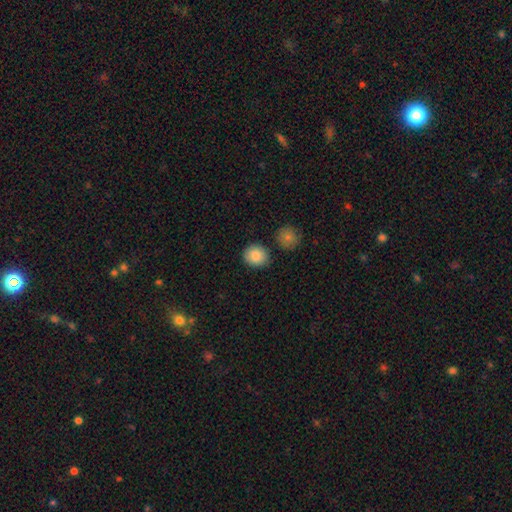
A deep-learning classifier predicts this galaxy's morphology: Smooth or featured: smooth — 87% (star or artifact — 8%)
How rounded: round — 79% (in between — 20%)
Merging: none — 84% (minor disturbance — 8%)